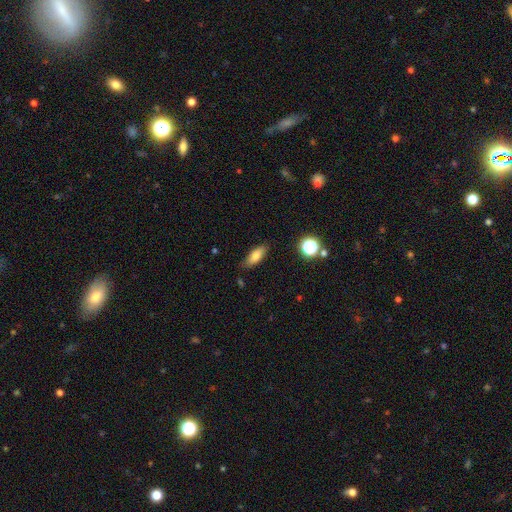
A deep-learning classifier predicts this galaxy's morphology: This appears to be a smooth galaxy with no disk features (77%) that is in between round and cigar-shaped (71%). Merging: none (81%).